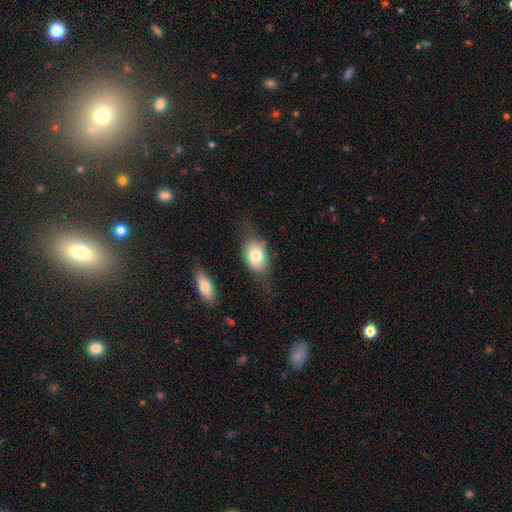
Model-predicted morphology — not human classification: Smooth or featured?
  - smooth: 76% *
  - featured or disk: 17%
  - star or artifact: 7%
How rounded?
  - in between: 81% *
  - round: 16%
  - cigar-shaped: 2%
Merging?
  - none: 60% *
  - minor disturbance: 23%
  - major disturbance: 10%
  - merger: 6%